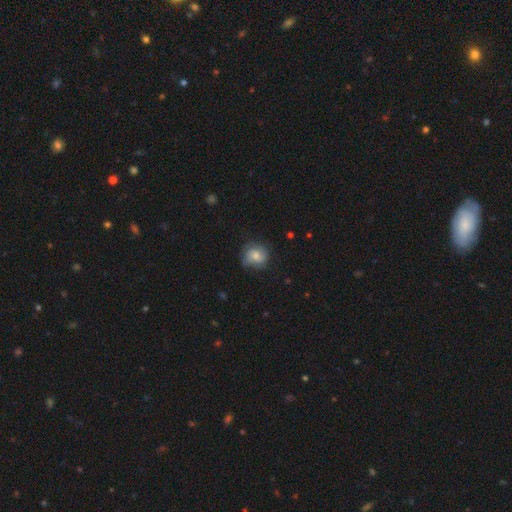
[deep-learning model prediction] Smooth or featured?
  - smooth: 50% *
  - featured or disk: 42%
  - star or artifact: 8%
Merging?
  - none: 70% *
  - minor disturbance: 22%
  - major disturbance: 7%
  - merger: 1%